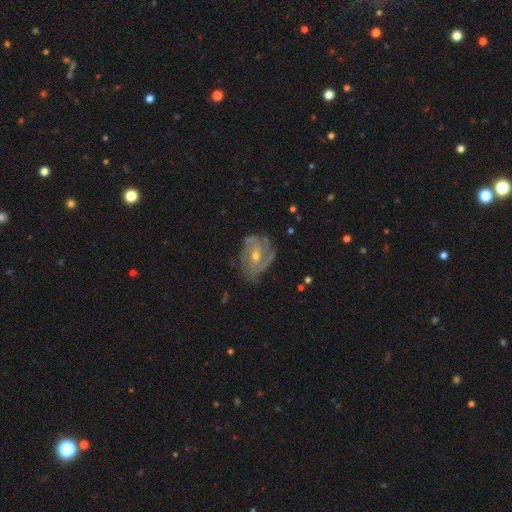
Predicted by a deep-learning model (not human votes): Smooth or featured: featured or disk — 83% (smooth — 9%)
Edge-on disk: no — 97% (yes — 3%)
Bar: no — 58% (weak — 33%)
Spiral arms: yes — 93% (no — 7%)
Spiral winding: tight — 50% (medium — 38%)
Spiral arm count: 3 — 32% (can't tell — 24%)
Bulge size: moderate — 52% (small — 45%)
Merging: none — 70% (minor disturbance — 20%)